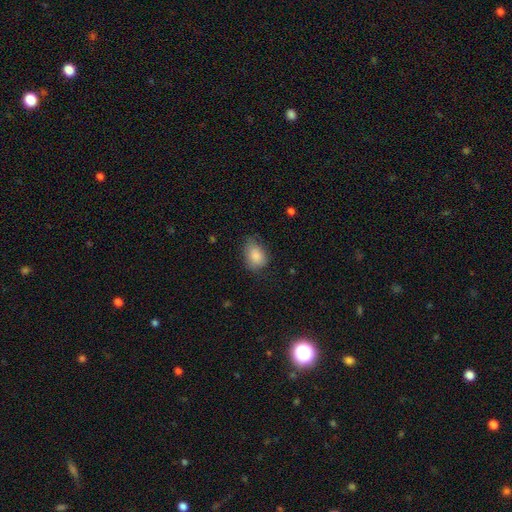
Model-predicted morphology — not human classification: type=smooth (86%); roundness=in between (76%); merging=none (65%).